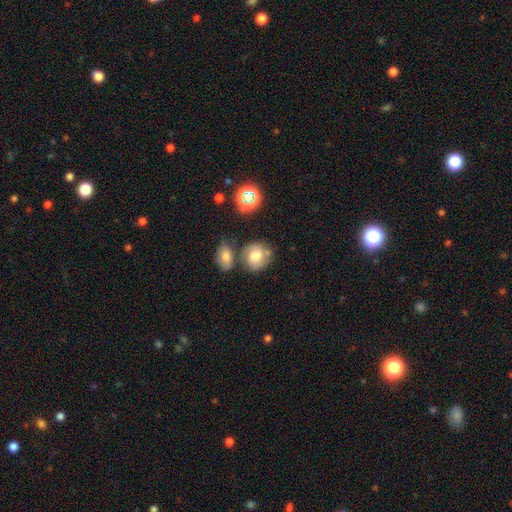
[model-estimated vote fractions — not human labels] A smooth galaxy with no disk features (65%) that is round (72%).

Vote fractions:
- Smooth or featured? smooth: 65% / featured or disk: 23% / star or artifact: 12%
- How rounded? round: 72% / in between: 27% / cigar-shaped: 1%
- Merging? none: 51% / merger: 24% / minor disturbance: 18% / major disturbance: 7%